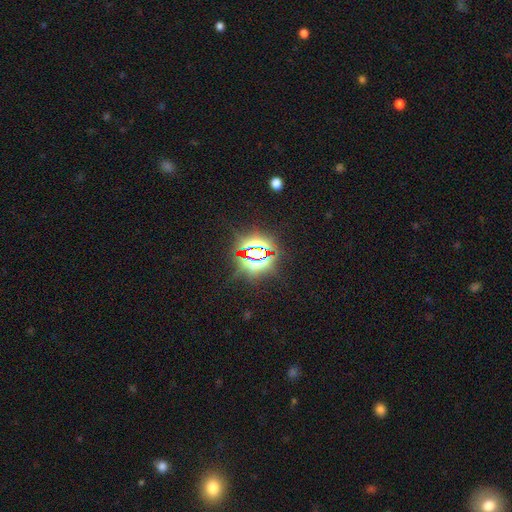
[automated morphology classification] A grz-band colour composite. It shows a star or artifact, not a galaxy (81%).